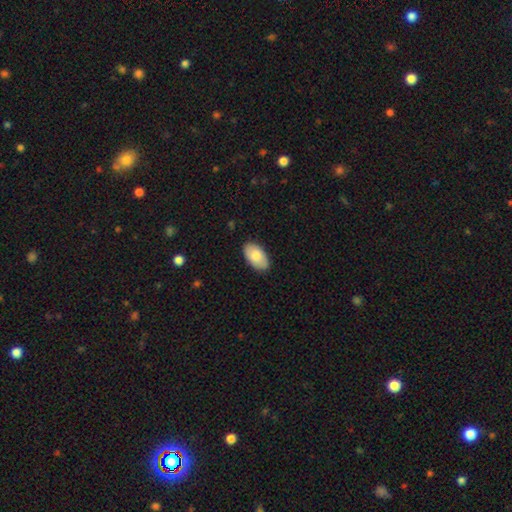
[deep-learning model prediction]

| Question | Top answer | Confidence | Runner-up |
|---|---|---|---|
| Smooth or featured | smooth | 83% | featured or disk (11%) |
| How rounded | in between | 95% | round (3%) |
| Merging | none | 86% | minor disturbance (11%) |